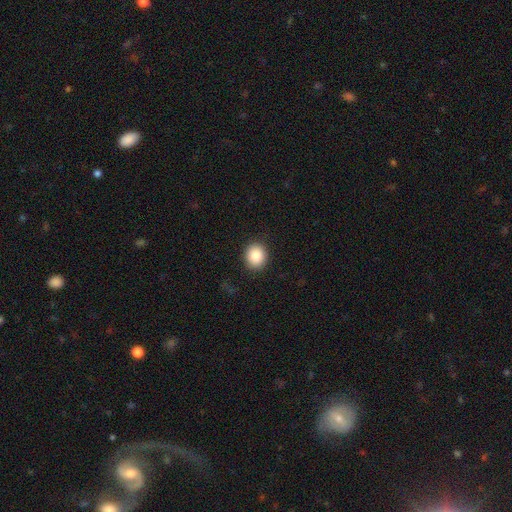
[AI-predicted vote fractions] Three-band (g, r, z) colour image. It shows a smooth galaxy with no disk features (88%) that is round (75%). Merging: none (88%).